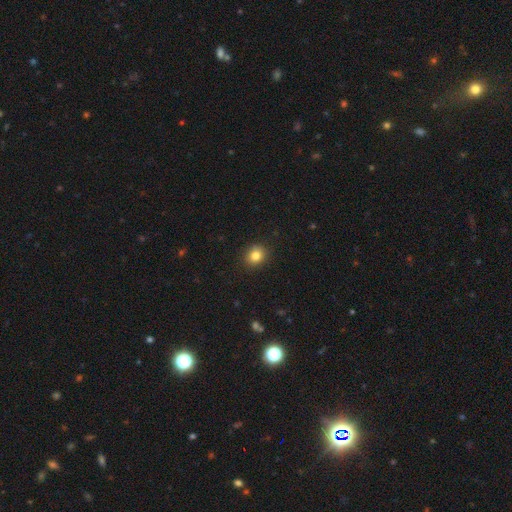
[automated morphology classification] The model was most divided on "how rounded": round: 72%, in between: 27%, cigar-shaped: 1%. More confident: merging — none (89%); smooth or featured — smooth (83%).